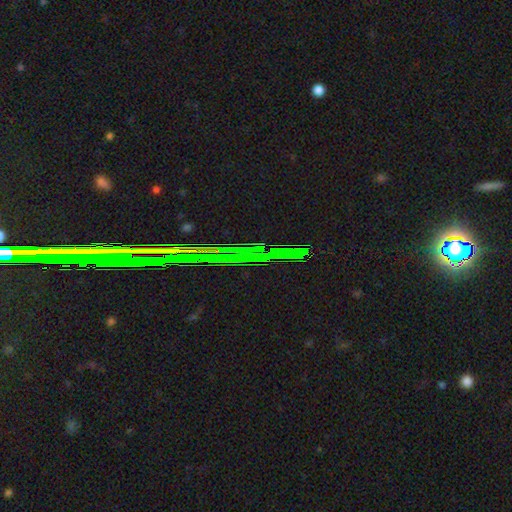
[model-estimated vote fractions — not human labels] Morphology: type=star or artifact (81%).